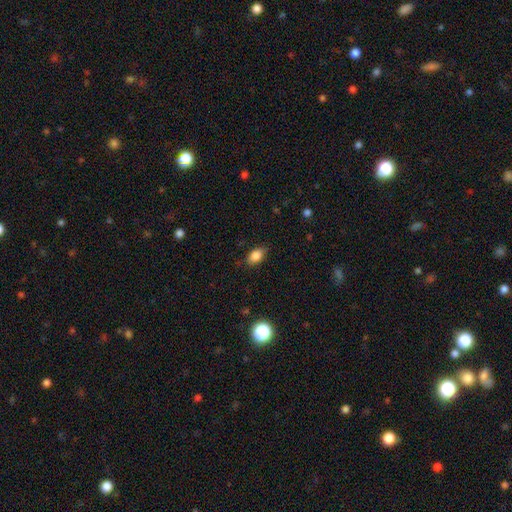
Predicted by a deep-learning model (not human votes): This appears to be a smooth galaxy with no disk features (84%) that is in between round and cigar-shaped (85%). Merging: none (81%).